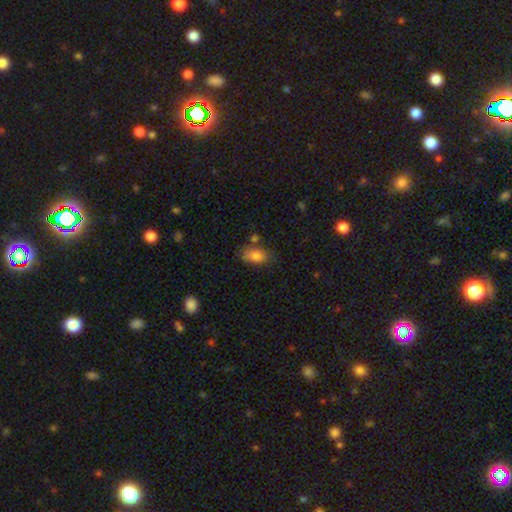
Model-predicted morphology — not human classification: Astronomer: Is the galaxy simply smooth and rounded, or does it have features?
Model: smooth — 82%.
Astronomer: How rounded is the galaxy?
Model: in between — 89%.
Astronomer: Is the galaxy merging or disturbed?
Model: none — 62%.